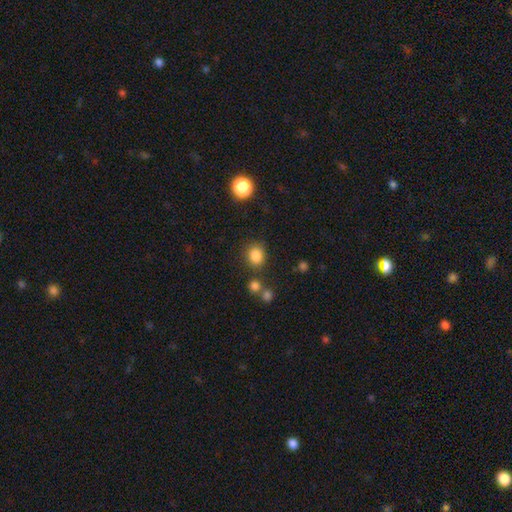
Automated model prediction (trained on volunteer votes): Morphology: type=smooth (84%); roundness=round (66%); merging=none (78%).